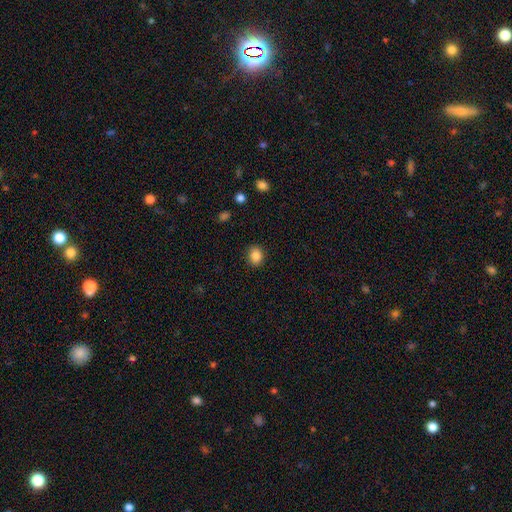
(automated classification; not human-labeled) Q: Smooth or featured?
A: smooth (86%); runner-up: star or artifact (10%)
Q: How rounded?
A: round (57%); runner-up: in between (42%)
Q: Merging?
A: none (89%); runner-up: minor disturbance (8%)